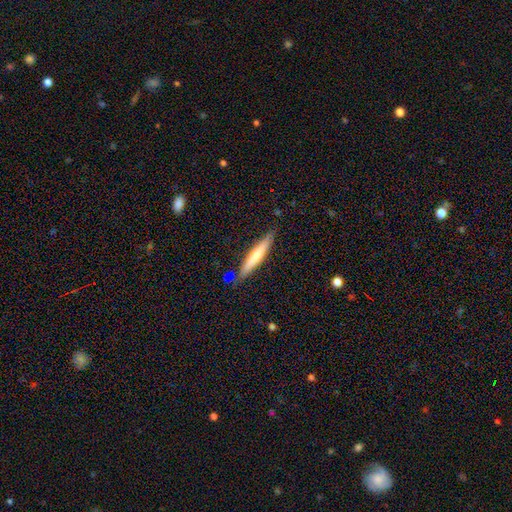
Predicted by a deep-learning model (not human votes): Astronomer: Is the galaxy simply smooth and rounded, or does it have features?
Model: smooth — 59% (runner-up: featured or disk, 35%).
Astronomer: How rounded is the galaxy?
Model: cigar-shaped — 93%.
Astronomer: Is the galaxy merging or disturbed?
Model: none — 82%.